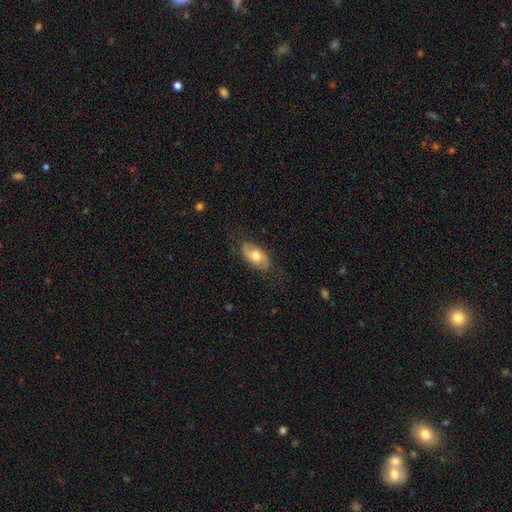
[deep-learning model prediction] This appears to be a smooth galaxy with no disk features (56%) that is in between round and cigar-shaped (92%). Merging: none (77%).